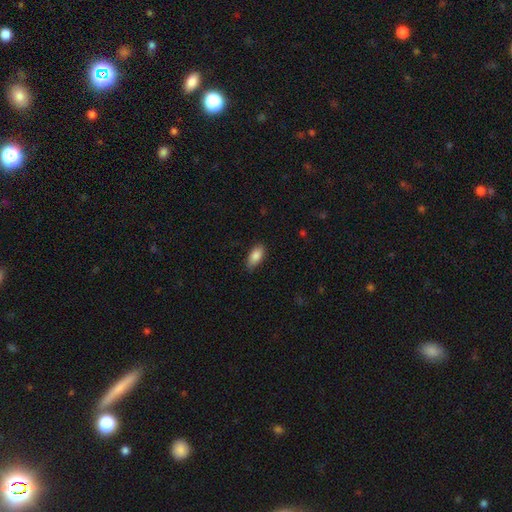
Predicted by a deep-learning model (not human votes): Morphology: type=smooth (86%); roundness=in between (90%); merging=none (81%).